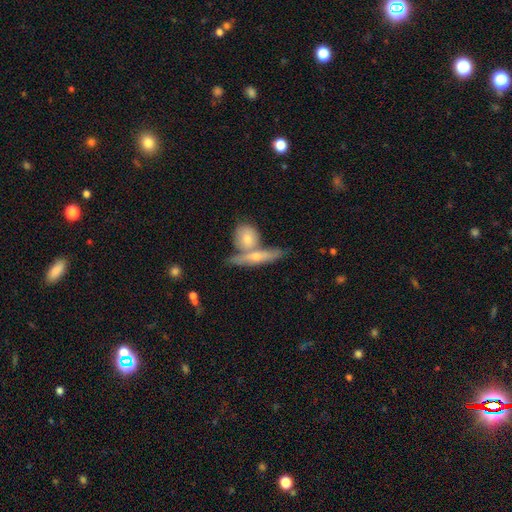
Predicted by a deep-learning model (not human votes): This is possibly a featured or disk galaxy (58%). It is clearly viewed edge-on (84%). Merging: possibly none (55%).